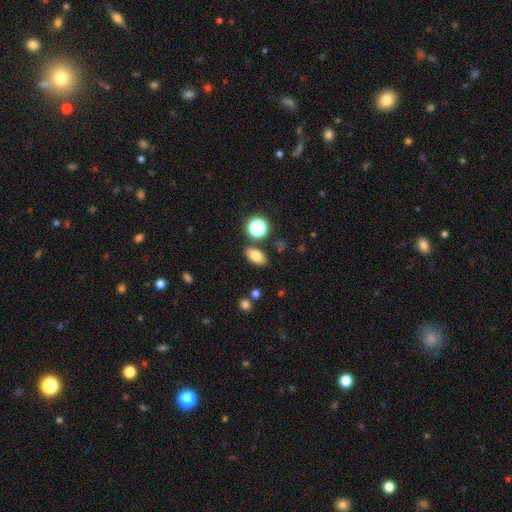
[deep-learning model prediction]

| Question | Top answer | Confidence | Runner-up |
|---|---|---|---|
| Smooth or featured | smooth | 77% | star or artifact (13%) |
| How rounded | in between | 86% | round (11%) |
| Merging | none | 83% | minor disturbance (9%) |